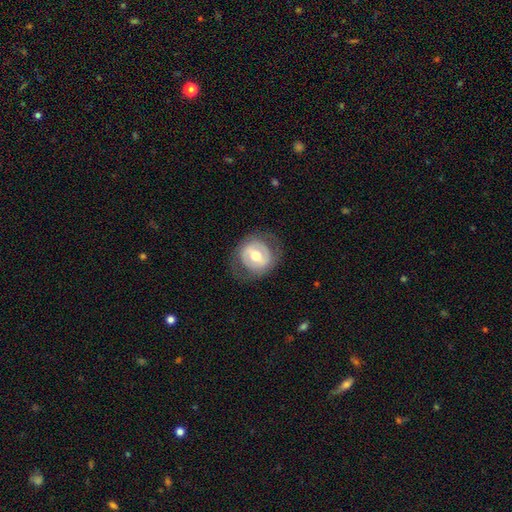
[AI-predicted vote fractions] Smooth or featured: featured or disk — 54% (smooth — 40%)
Edge-on disk: no — 96% (yes — 4%)
Bar: weak — 41% (strong — 30%)
Spiral arms: no — 67% (yes — 33%)
Bulge size: moderate — 74% (small — 13%)
Merging: none — 75% (minor disturbance — 14%)